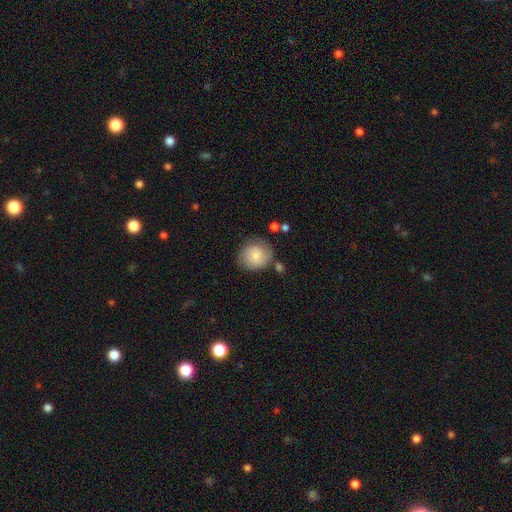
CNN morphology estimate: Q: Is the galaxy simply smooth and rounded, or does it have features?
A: smooth — 77%.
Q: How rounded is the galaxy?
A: round — 84%.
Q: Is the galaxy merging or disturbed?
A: none — 69%.